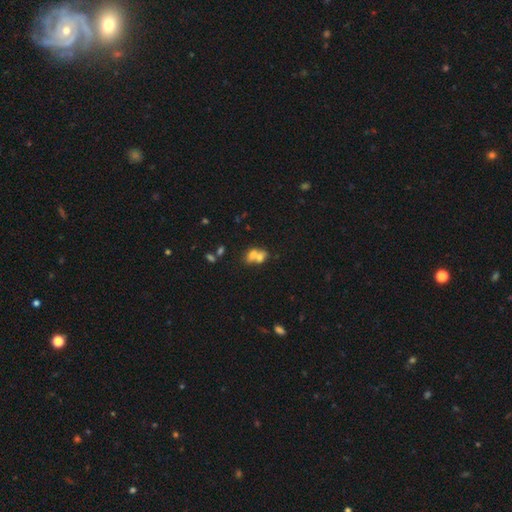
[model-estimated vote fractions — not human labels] Morphology: type=smooth (65%); roundness=in between (65%); merging=merger (65%).